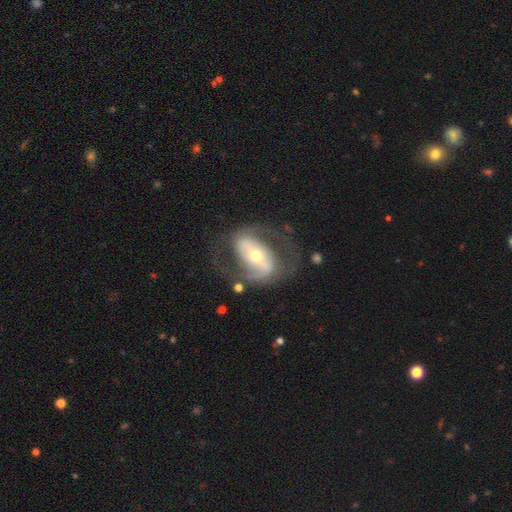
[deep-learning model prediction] Morphology: type=featured or disk (80%); edge-on=no (94%); bar=strong (50%); spiral arms=yes (74%); winding=medium (48%); arm count=2 (84%); bulge=moderate (50%); merging=none (64%).